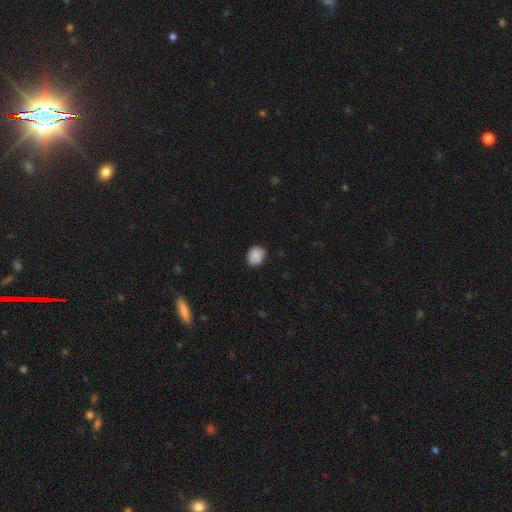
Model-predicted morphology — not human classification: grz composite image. It shows a smooth galaxy with no disk features (84%) that is round (63%). Merging: none (76%).